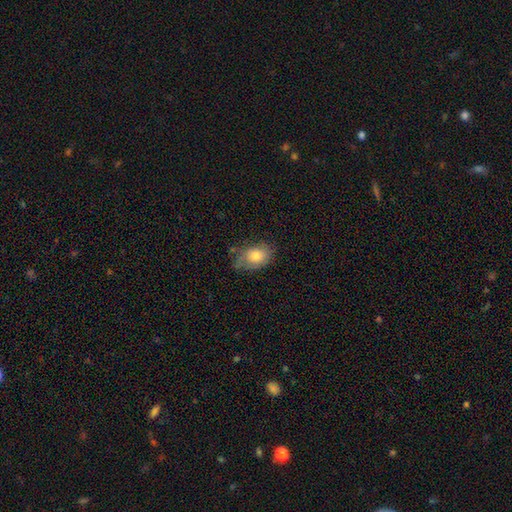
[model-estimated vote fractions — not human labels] smooth_or_featured: smooth (p=0.70) [alt: featured or disk p=0.21]
how_rounded: in between (p=0.75) [alt: round p=0.24]
merging: none (p=0.58) [alt: minor disturbance p=0.29]